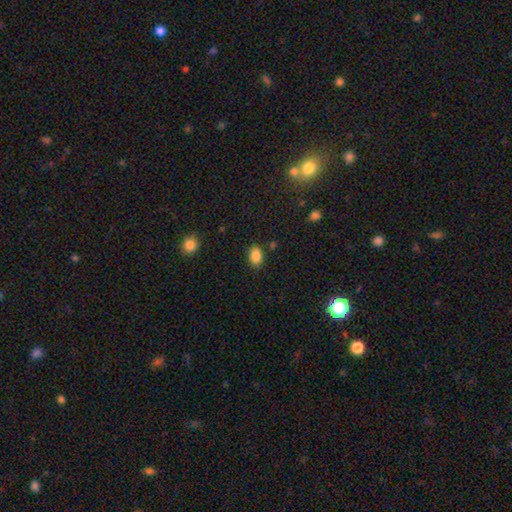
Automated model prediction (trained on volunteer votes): Q: Smooth or featured?
A: smooth (86%); runner-up: star or artifact (10%)
Q: How rounded?
A: in between (70%); runner-up: round (29%)
Q: Merging?
A: none (83%); runner-up: minor disturbance (12%)